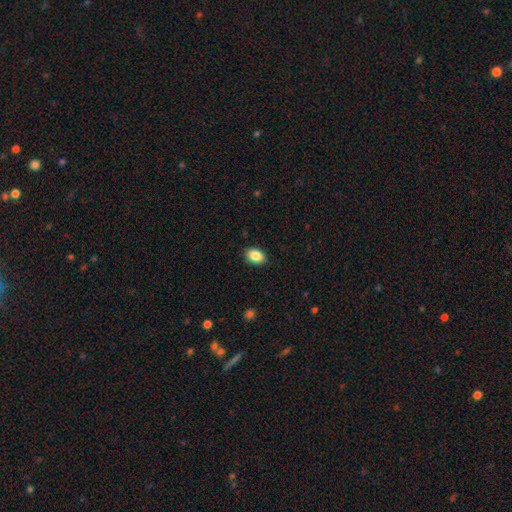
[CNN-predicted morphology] The model was most divided on "how rounded": in between: 84%, round: 15%, cigar-shaped: 1%. More confident: merging — none (88%); smooth or featured — smooth (87%).